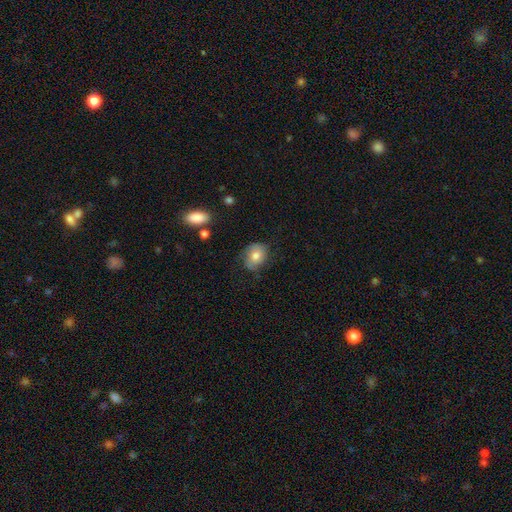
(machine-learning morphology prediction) smooth 70%, featured or disk 22%, star or artifact 8%. Down the decision tree: how rounded — in between (55%); merging — none (63%).